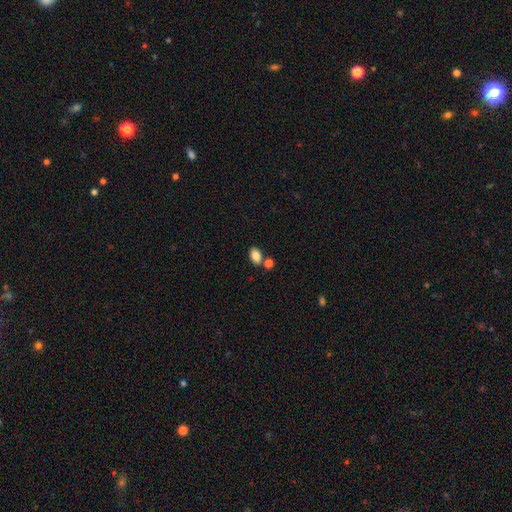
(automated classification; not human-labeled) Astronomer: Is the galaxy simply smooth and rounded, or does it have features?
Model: smooth — 84%.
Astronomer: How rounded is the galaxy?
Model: in between — 84%.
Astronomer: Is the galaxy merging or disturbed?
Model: none — 68%.